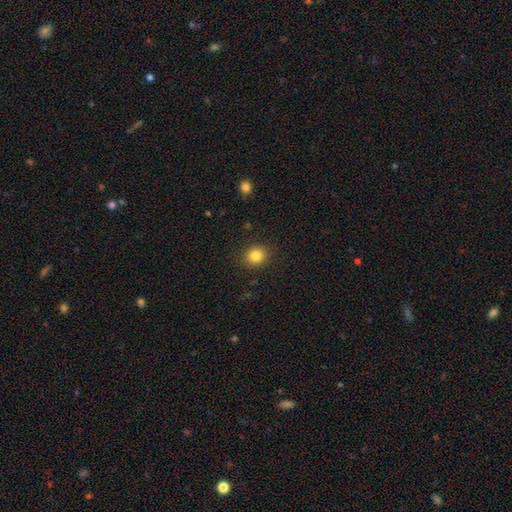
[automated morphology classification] Q: Smooth or featured?
A: smooth (83%); runner-up: star or artifact (11%)
Q: How rounded?
A: round (79%); runner-up: in between (20%)
Q: Merging?
A: none (89%); runner-up: minor disturbance (7%)